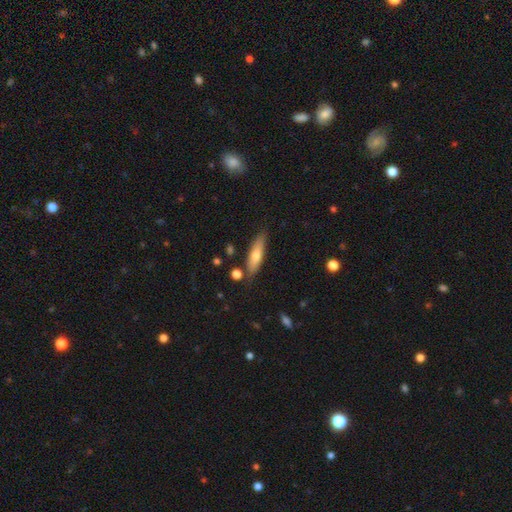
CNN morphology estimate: Smooth or featured?
  - smooth: 62% *
  - featured or disk: 32%
  - star or artifact: 6%
How rounded?
  - cigar-shaped: 70% *
  - in between: 28%
  - round: 2%
Merging?
  - none: 81% *
  - minor disturbance: 13%
  - merger: 4%
  - major disturbance: 3%